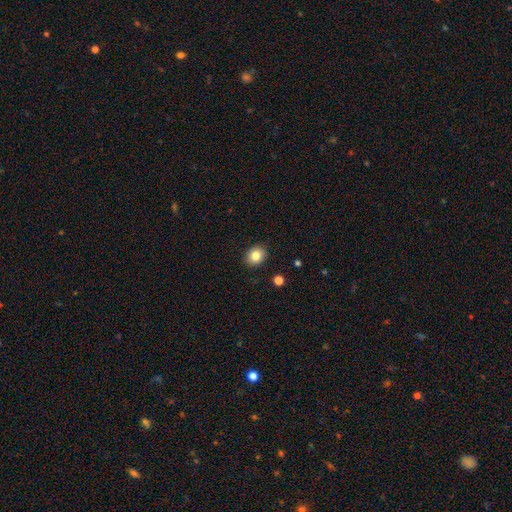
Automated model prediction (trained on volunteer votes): Smooth or featured? Predicted: smooth (p=0.83). How rounded? Predicted: round (p=0.55). Merging? Predicted: none (p=0.89).